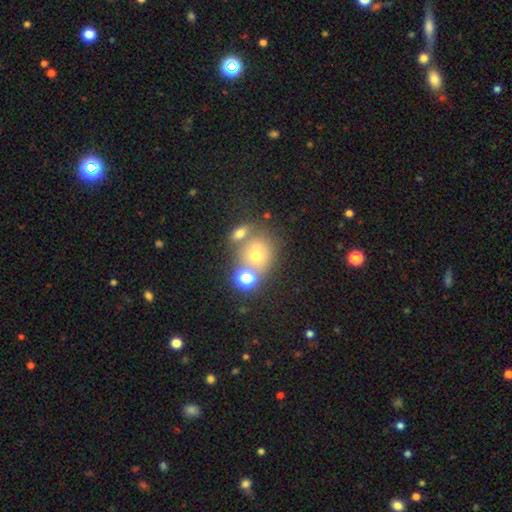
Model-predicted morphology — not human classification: Smooth or featured?
  - smooth: 62% *
  - star or artifact: 20%
  - featured or disk: 18%
How rounded?
  - round: 79% *
  - in between: 20%
  - cigar-shaped: 1%
Merging?
  - none: 52% *
  - merger: 32%
  - minor disturbance: 11%
  - major disturbance: 6%